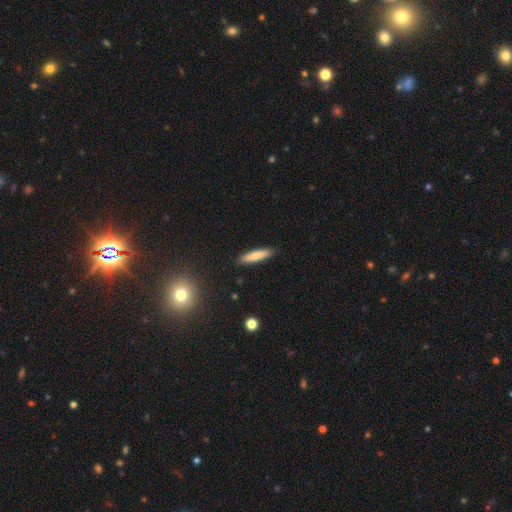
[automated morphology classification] smooth-or-featured: smooth: 75% | featured or disk: 19% | star or artifact: 7%
  how-rounded: cigar-shaped: 79% | in between: 19% | round: 2%
  merging: none: 90% | minor disturbance: 7% | major disturbance: 2% | merger: 1%